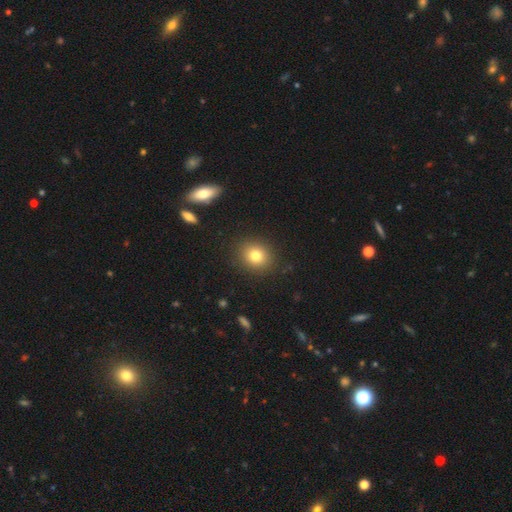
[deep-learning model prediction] The model was most divided on "how rounded": round: 73%, in between: 26%, cigar-shaped: 1%. More confident: merging — none (89%); smooth or featured — smooth (79%).